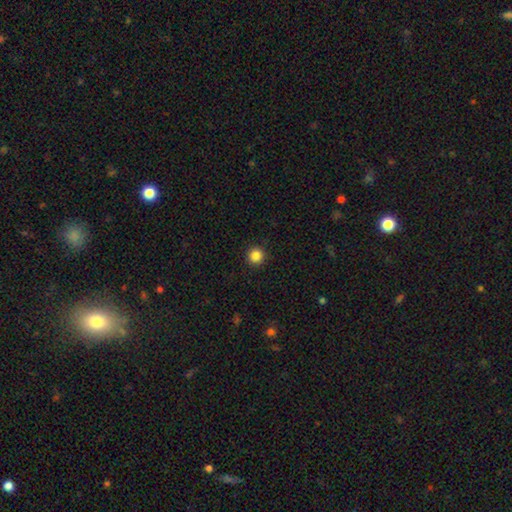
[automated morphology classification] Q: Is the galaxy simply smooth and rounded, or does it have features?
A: smooth — 86%.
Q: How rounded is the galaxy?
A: round — 96%.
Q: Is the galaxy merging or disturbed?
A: none — 93%.